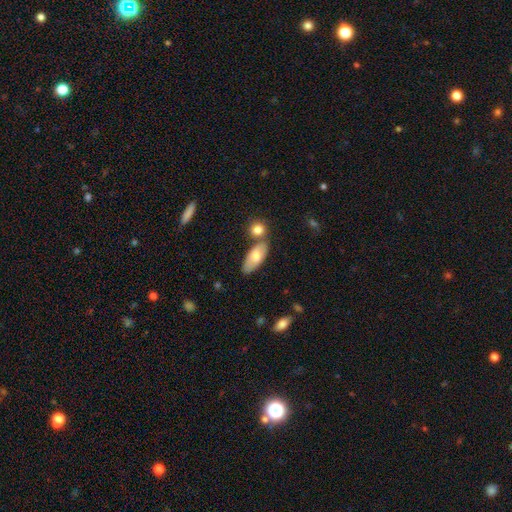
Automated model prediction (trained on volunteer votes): This appears to be a smooth galaxy with no disk features (67%) that is in between round and cigar-shaped (84%). Merging: none (62%).